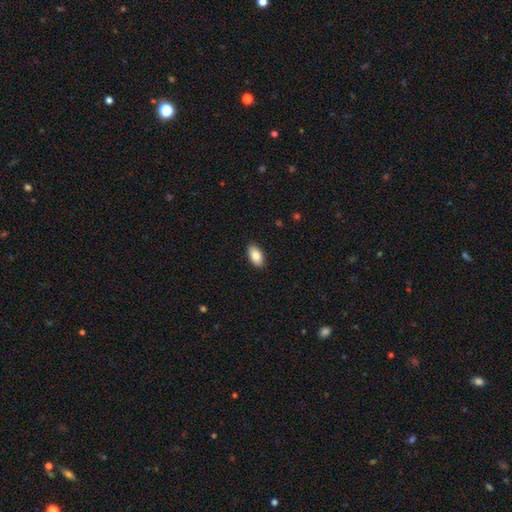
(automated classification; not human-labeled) Overall: smooth (85%). How rounded: in between (94%). Merging: none (90%).